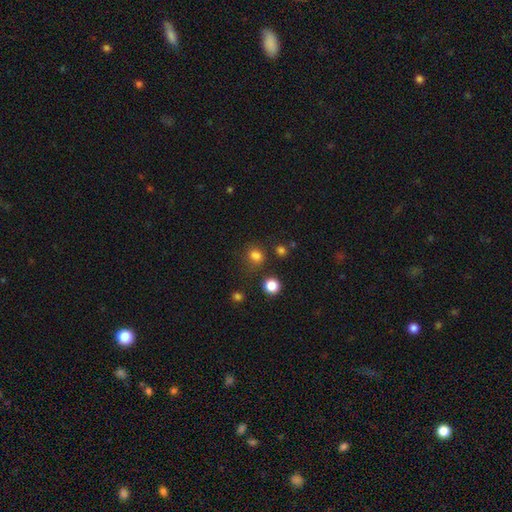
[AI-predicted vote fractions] A smooth galaxy with no disk features (77%) that is round (60%). Merging: none (64%).